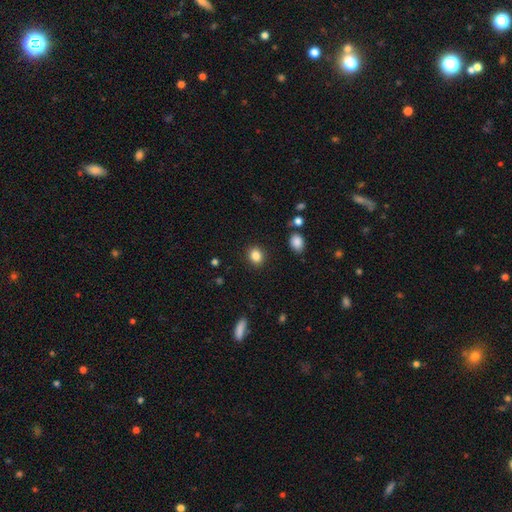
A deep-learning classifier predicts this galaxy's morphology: type=smooth (85%); roundness=round (66%); merging=none (89%).